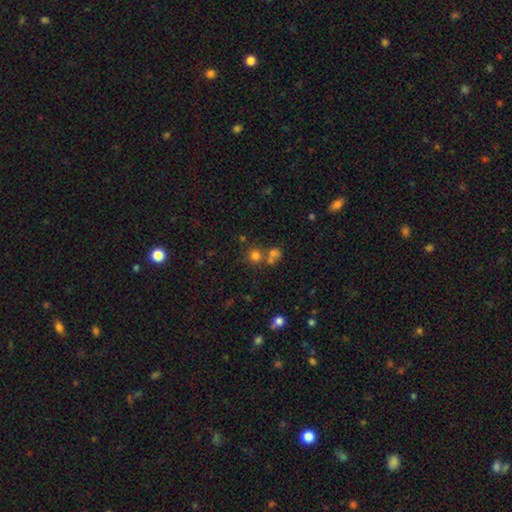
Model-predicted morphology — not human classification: This is likely a smooth galaxy (71%). How rounded: clearly round (89%). Merging: possibly none (59%).